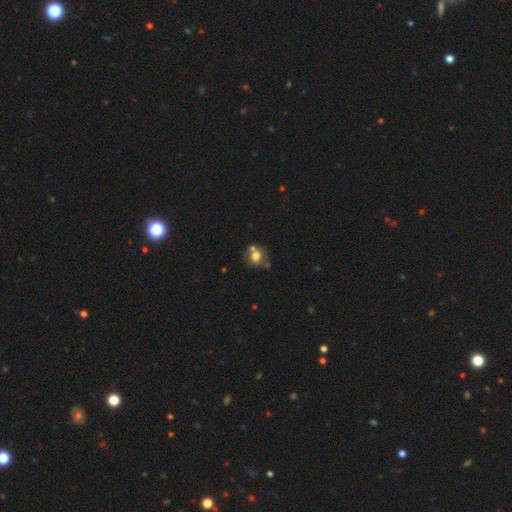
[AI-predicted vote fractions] A smooth galaxy with no disk features (66%) that is round (70%). Merging: none (48%).